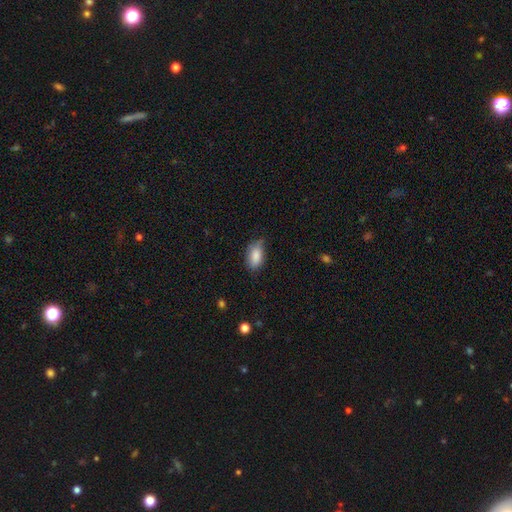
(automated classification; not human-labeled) Smooth or featured?
  - smooth: 86% *
  - featured or disk: 7%
  - star or artifact: 7%
How rounded?
  - in between: 92% *
  - round: 5%
  - cigar-shaped: 4%
Merging?
  - none: 59% *
  - minor disturbance: 33%
  - major disturbance: 7%
  - merger: 2%